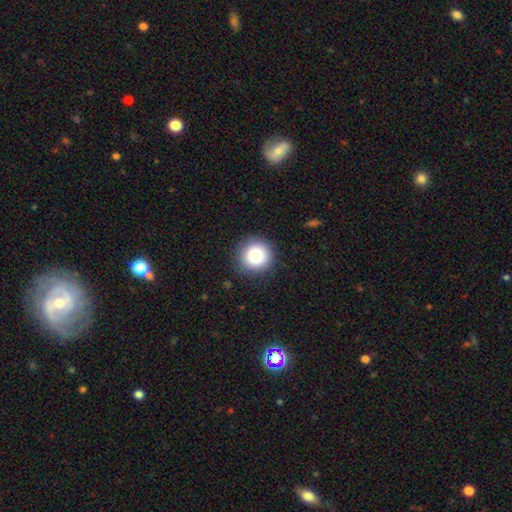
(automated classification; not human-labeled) Q: Smooth or featured?
A: smooth (84%); runner-up: star or artifact (10%)
Q: How rounded?
A: round (94%); runner-up: in between (5%)
Q: Merging?
A: none (90%); runner-up: minor disturbance (7%)